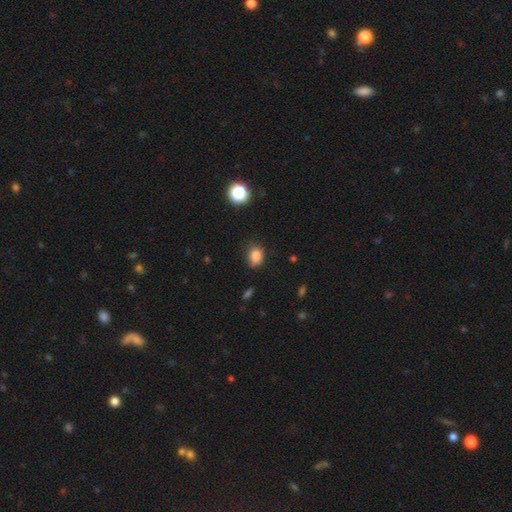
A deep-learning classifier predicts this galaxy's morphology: Q: Smooth or featured?
A: smooth (83%); runner-up: star or artifact (12%)
Q: How rounded?
A: in between (52%); runner-up: round (47%)
Q: Merging?
A: none (73%); runner-up: minor disturbance (21%)